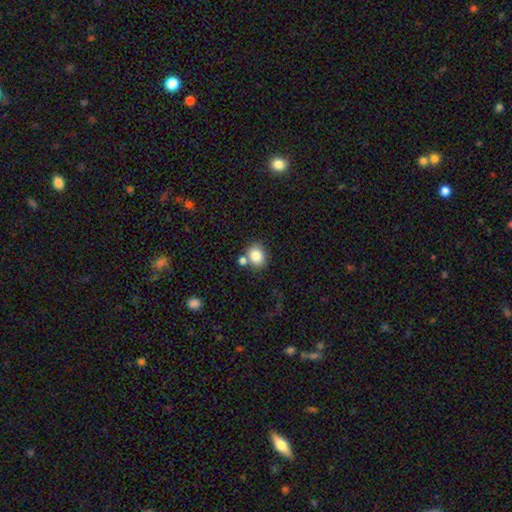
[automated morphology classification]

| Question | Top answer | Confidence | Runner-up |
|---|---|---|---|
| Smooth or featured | smooth | 83% | star or artifact (9%) |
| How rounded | round | 56% | in between (43%) |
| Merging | none | 63% | merger (22%) |